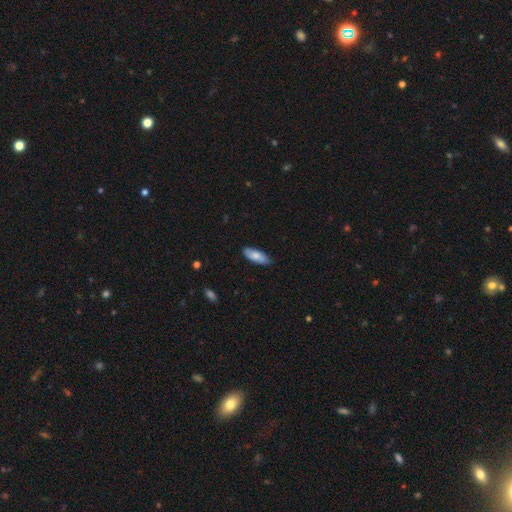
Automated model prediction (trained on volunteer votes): smooth-or-featured: smooth: 78% | featured or disk: 16% | star or artifact: 6%
  how-rounded: in between: 76% | cigar-shaped: 22% | round: 2%
  merging: none: 83% | minor disturbance: 14% | major disturbance: 2% | merger: 1%